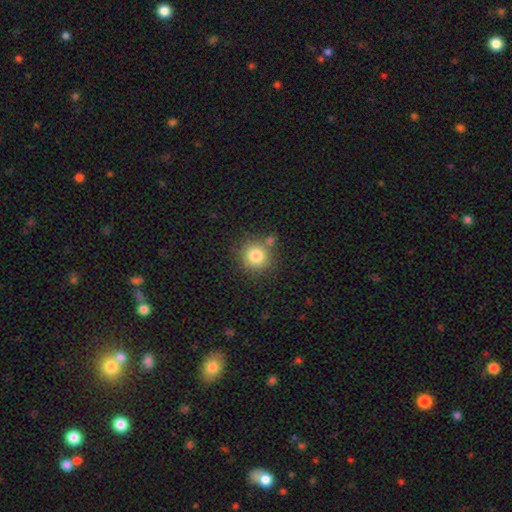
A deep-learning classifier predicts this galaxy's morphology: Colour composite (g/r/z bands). It shows a smooth galaxy with no disk features (82%) that is round (91%). Merging: none (71%).